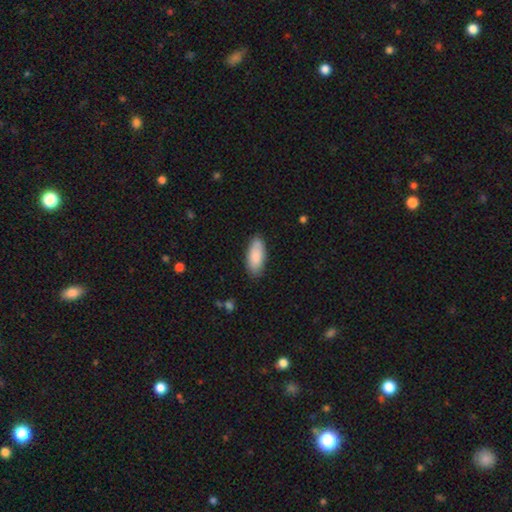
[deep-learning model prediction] Smooth or featured? smooth (87%)
How rounded? in between (84%)
Merging? none (84%)